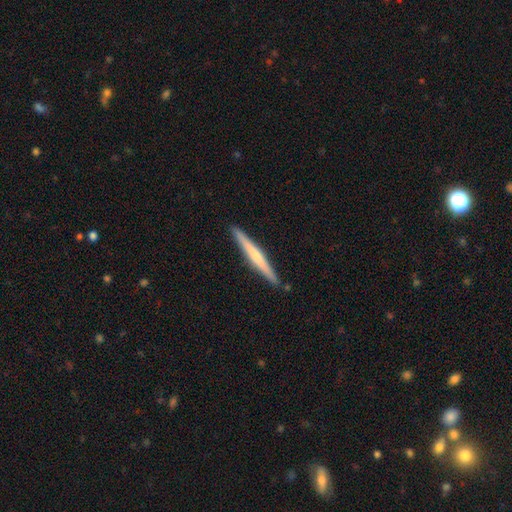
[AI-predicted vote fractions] Smooth or featured? Predicted: featured or disk (p=0.54). Edge-on disk? Predicted: yes (p=0.98). Edge-on bulge? Predicted: rounded (p=0.47). Merging? Predicted: none (p=0.91).